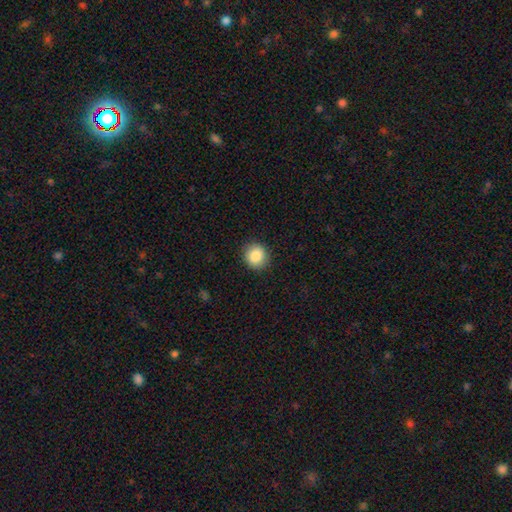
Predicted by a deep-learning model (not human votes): Smooth or featured? smooth (88%)
How rounded? round (89%)
Merging? none (90%)